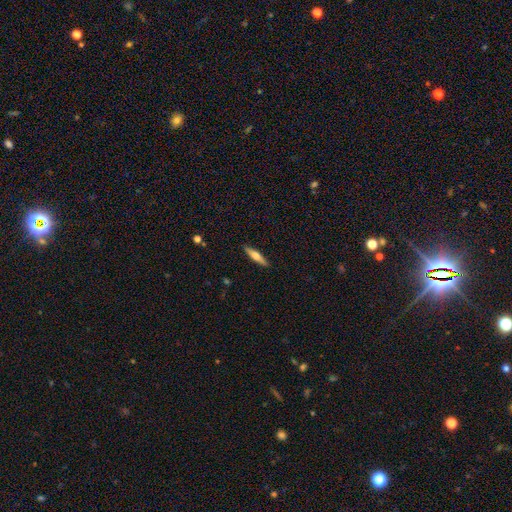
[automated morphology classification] A featured or disk galaxy (54%) viewed edge-on (96%) with a rounded central bulge (91%).

Vote fractions:
- Smooth or featured? featured or disk: 54% / smooth: 40% / star or artifact: 6%
- Edge-on disk? yes: 96% / no: 4%
- Edge-on bulge? rounded: 91% / boxy: 5% / none: 4%
- Merging? none: 91% / minor disturbance: 6% / major disturbance: 1% / merger: 1%